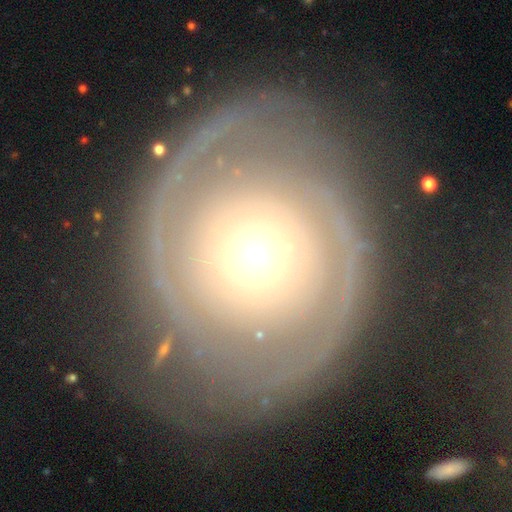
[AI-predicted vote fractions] Smooth or featured: featured or disk — 77% (smooth — 17%)
Edge-on disk: no — 96% (yes — 4%)
Bar: no — 85% (weak — 10%)
Spiral arms: yes — 77% (no — 23%)
Spiral winding: tight — 70% (medium — 20%)
Spiral arm count: 2 — 54% (can't tell — 22%)
Bulge size: moderate — 51% (small — 37%)
Merging: none — 71% (minor disturbance — 15%)